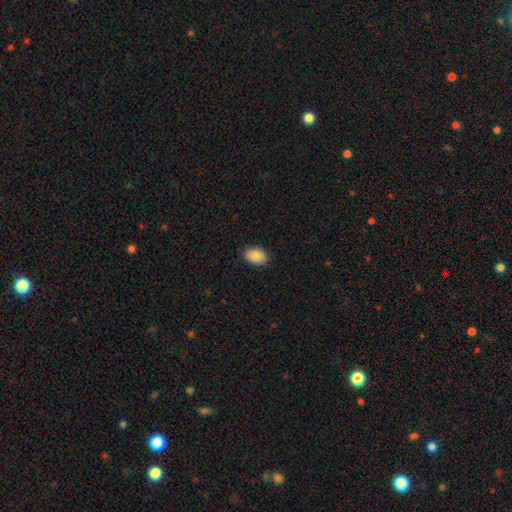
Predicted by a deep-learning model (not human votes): Q: Smooth or featured?
A: smooth (89%); runner-up: star or artifact (7%)
Q: How rounded?
A: in between (81%); runner-up: round (18%)
Q: Merging?
A: none (88%); runner-up: minor disturbance (9%)